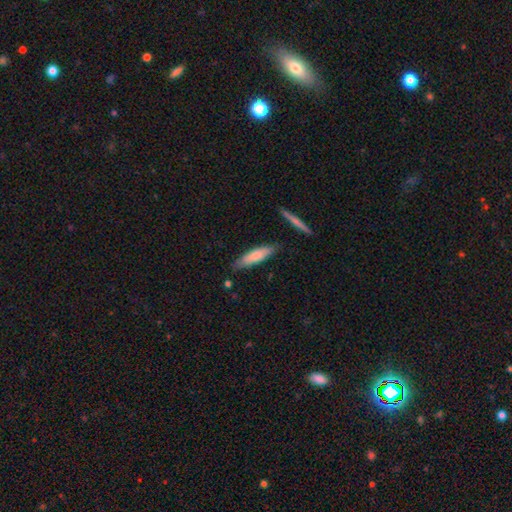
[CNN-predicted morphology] The model was most divided on "how rounded": cigar-shaped: 72%, in between: 27%, round: 1%. More confident: merging — none (80%); smooth or featured — smooth (75%).